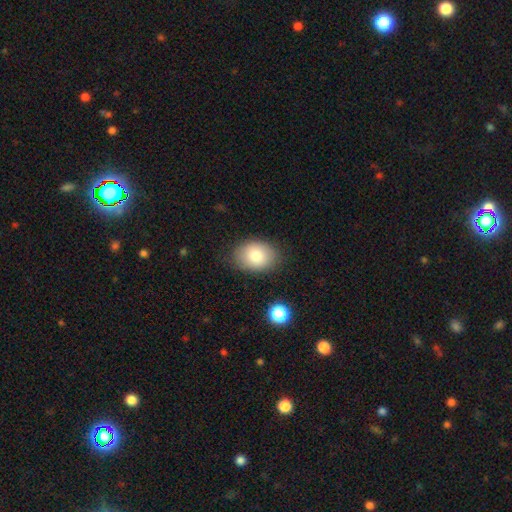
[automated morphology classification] Overall: smooth (83%). How rounded: in between (72%). Merging: none (83%).